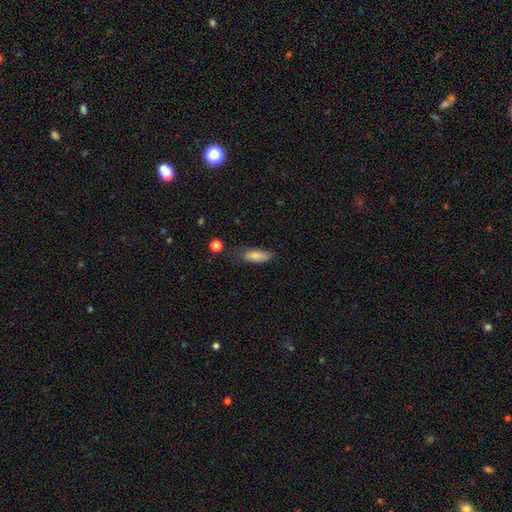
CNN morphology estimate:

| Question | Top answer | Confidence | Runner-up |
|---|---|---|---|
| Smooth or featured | smooth | 81% | featured or disk (11%) |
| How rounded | in between | 61% | cigar-shaped (37%) |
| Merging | none | 65% | minor disturbance (25%) |